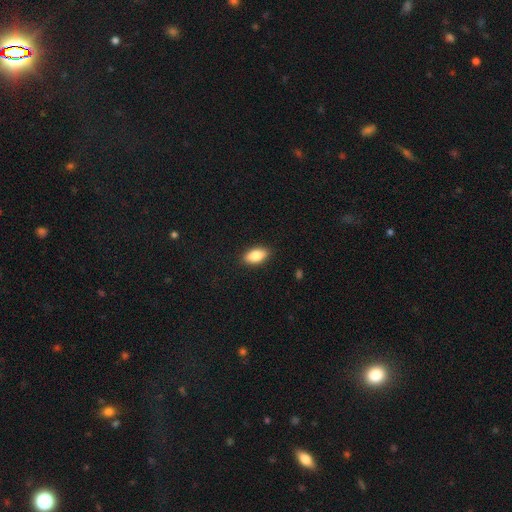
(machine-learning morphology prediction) A smooth galaxy with no disk features (84%) that is in between round and cigar-shaped (91%). Merging: none (89%).